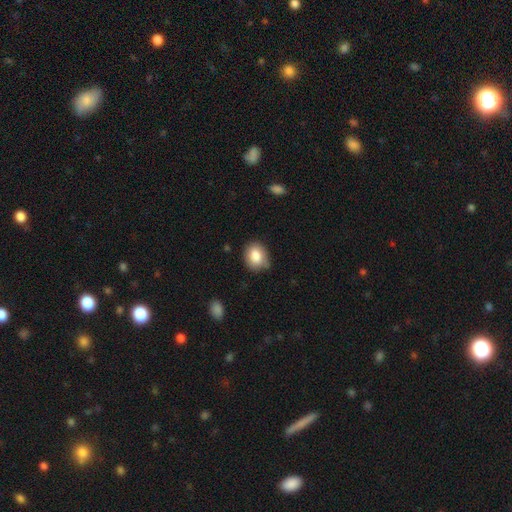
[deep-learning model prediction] A smooth galaxy with no disk features (84%) that is round (50%). Merging: none (72%).